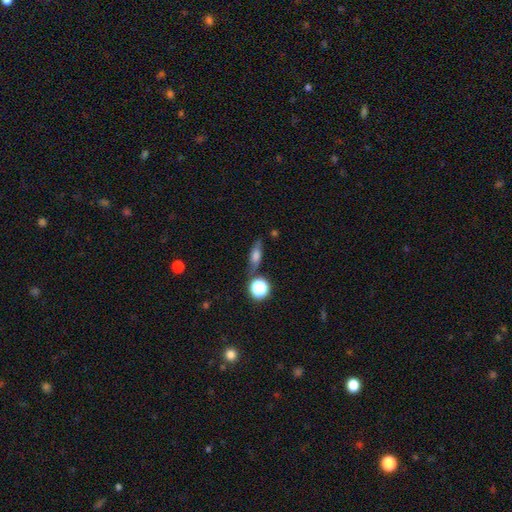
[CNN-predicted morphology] A smooth galaxy with no disk features (53%) that is in between round and cigar-shaped (49%). Merging: none (71%).